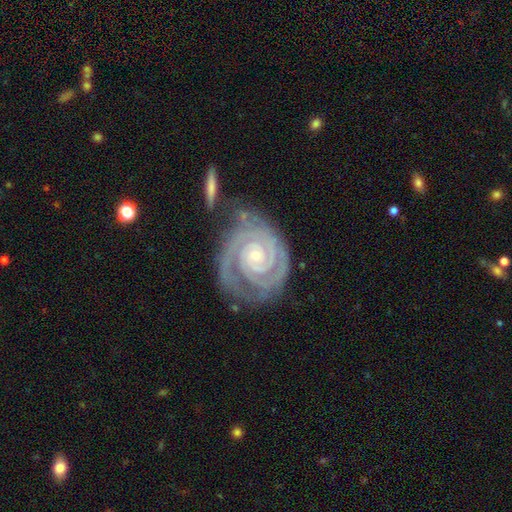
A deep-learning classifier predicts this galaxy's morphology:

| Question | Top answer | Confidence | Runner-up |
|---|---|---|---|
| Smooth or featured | featured or disk | 92% | star or artifact (5%) |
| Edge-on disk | no | 97% | yes (3%) |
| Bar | no | 71% | weak (20%) |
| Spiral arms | yes | 99% | no (1%) |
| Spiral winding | tight | 85% | medium (13%) |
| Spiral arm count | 2 | 69% | 3 (15%) |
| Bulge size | small | 78% | moderate (18%) |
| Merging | none | 70% | minor disturbance (18%) |